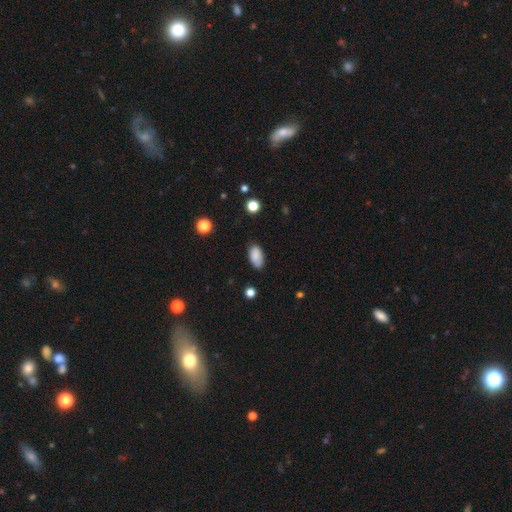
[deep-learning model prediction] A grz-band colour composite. It shows a smooth galaxy with no disk features (86%) that is in between round and cigar-shaped (93%). Merging: none (78%).